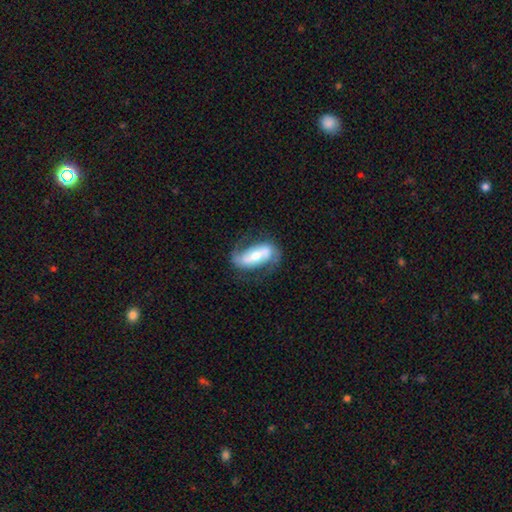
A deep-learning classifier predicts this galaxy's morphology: This is likely a featured or disk galaxy (66%). It is clearly not viewed edge-on (90%). Bar: marginally strong (43%). Spiral arm pattern: likely yes (79%). Central bulge: possibly moderate (57%). Merging: likely none (65%).